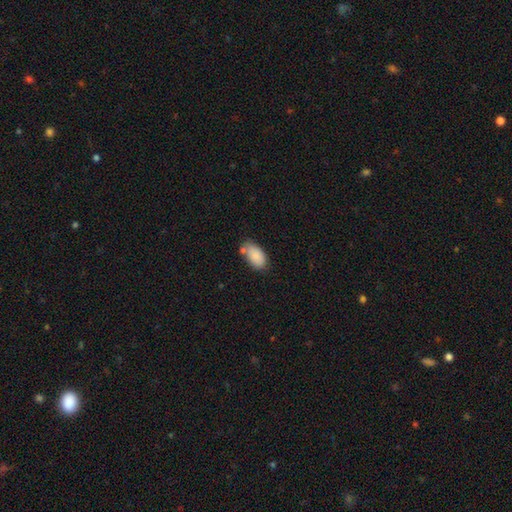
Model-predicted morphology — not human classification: Smooth or featured? smooth (86%)
How rounded? in between (94%)
Merging? none (61%)